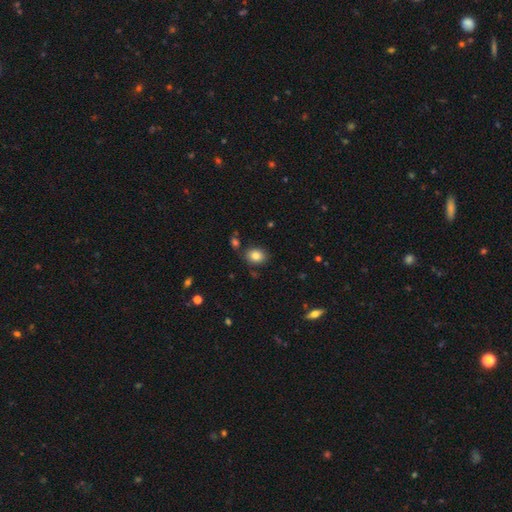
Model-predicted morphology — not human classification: This appears to be a smooth galaxy with no disk features (84%) that is in between round and cigar-shaped (55%). Merging: none (79%).